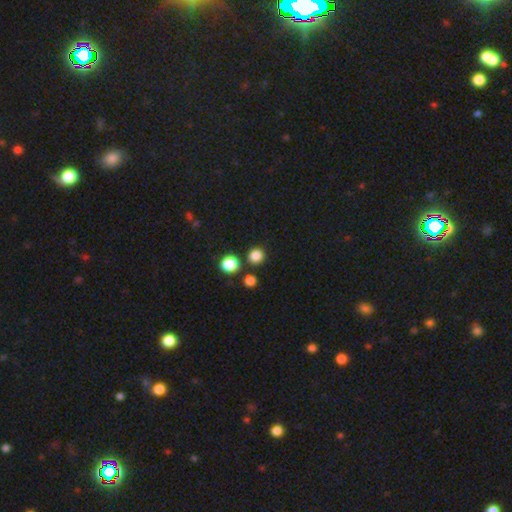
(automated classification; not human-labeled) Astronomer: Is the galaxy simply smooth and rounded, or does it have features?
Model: smooth — 83%.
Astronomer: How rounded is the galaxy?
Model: round — 92%.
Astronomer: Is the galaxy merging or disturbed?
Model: none — 83%.